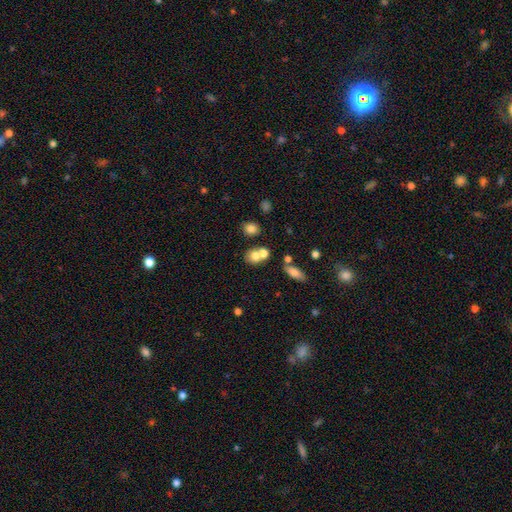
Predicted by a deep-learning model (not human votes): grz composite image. It shows a smooth galaxy with no disk features (72%) that is round (65%). Merging: merger (48%).